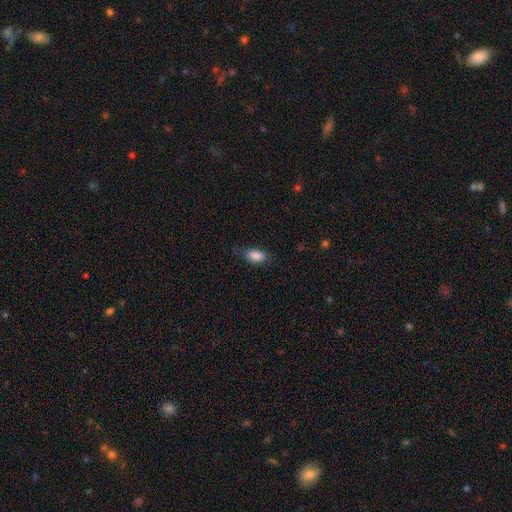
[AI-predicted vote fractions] Smooth or featured?
  - smooth: 88% *
  - star or artifact: 7%
  - featured or disk: 5%
How rounded?
  - in between: 91% *
  - round: 5%
  - cigar-shaped: 4%
Merging?
  - none: 77% *
  - minor disturbance: 17%
  - major disturbance: 4%
  - merger: 1%